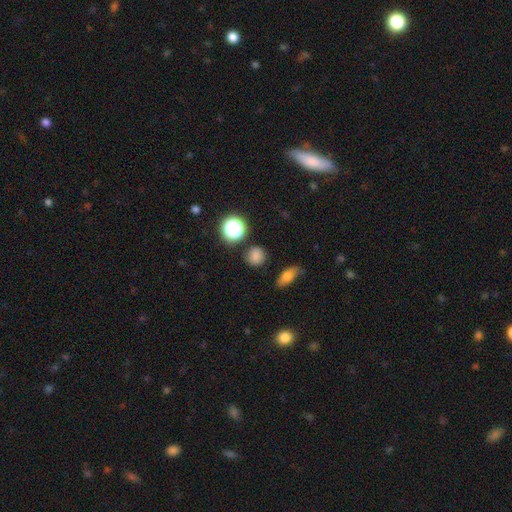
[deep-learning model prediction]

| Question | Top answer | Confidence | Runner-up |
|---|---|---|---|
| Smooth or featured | smooth | 77% | star or artifact (18%) |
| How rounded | round | 88% | in between (11%) |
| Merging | none | 83% | minor disturbance (10%) |